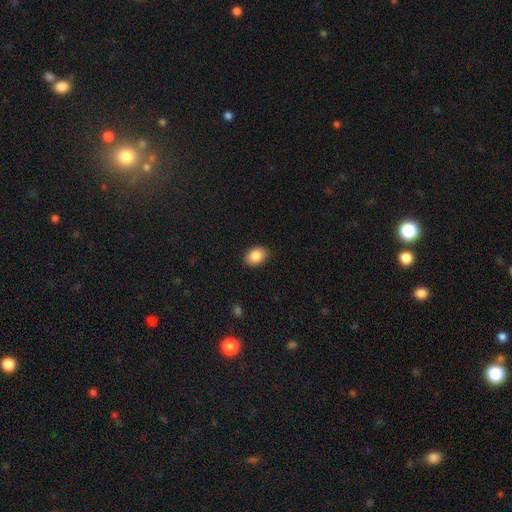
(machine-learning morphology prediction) Overall: smooth (88%). How rounded: in between (83%). Merging: none (87%).